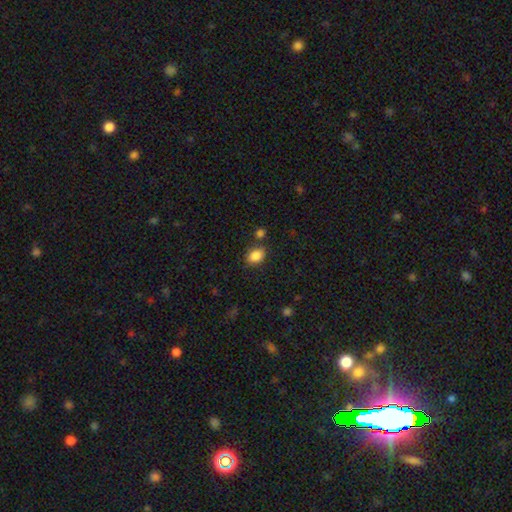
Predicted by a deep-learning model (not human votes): Q: Smooth or featured?
A: smooth (87%); runner-up: star or artifact (9%)
Q: How rounded?
A: in between (78%); runner-up: round (21%)
Q: Merging?
A: none (77%); runner-up: minor disturbance (12%)